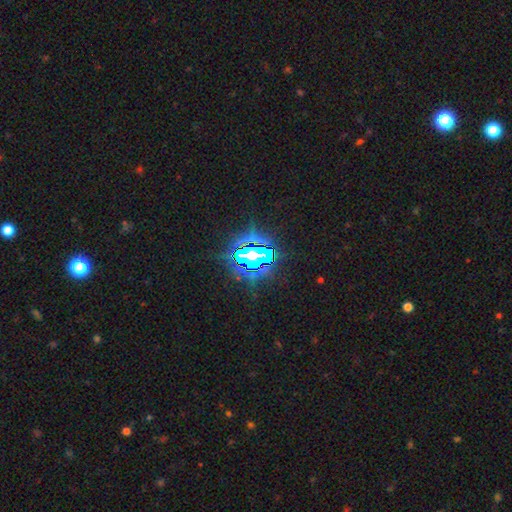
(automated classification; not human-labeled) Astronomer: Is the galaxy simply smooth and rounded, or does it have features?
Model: star or artifact — 73%.